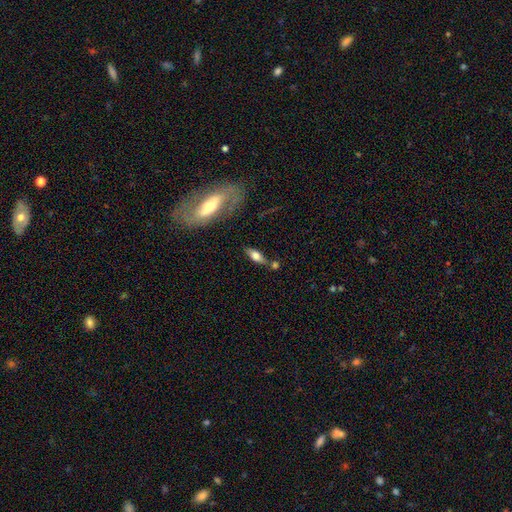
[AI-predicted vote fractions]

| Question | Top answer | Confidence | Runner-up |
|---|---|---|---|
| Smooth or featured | smooth | 58% | featured or disk (34%) |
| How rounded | in between | 65% | cigar-shaped (31%) |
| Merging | none | 64% | minor disturbance (16%) |